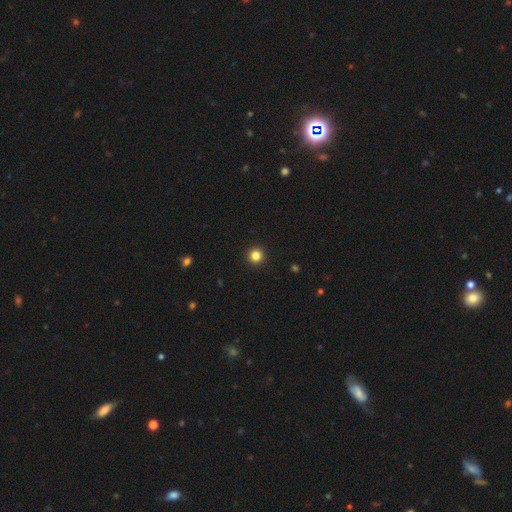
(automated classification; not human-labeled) Smooth or featured: smooth — 83% (star or artifact — 13%)
How rounded: round — 96% (in between — 3%)
Merging: none — 94% (minor disturbance — 4%)